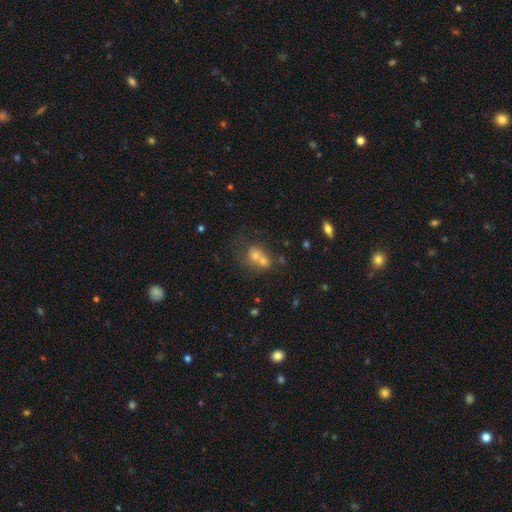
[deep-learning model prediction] smooth 58%, featured or disk 25%, star or artifact 17%. Down the decision tree: how rounded — round (61%); merging — merger (63%).